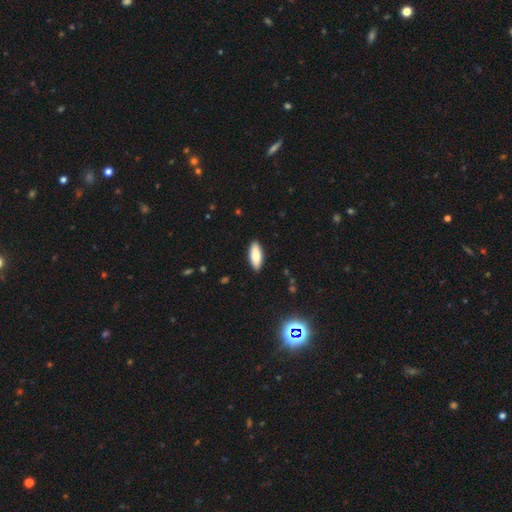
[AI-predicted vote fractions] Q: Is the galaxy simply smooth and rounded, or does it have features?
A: smooth — 83%.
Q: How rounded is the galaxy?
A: in between — 76%.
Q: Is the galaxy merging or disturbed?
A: none — 89%.